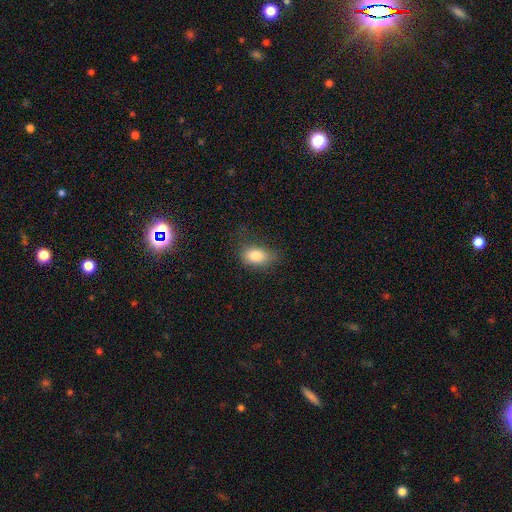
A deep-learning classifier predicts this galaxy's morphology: type=smooth (80%); roundness=in between (83%); merging=none (64%).